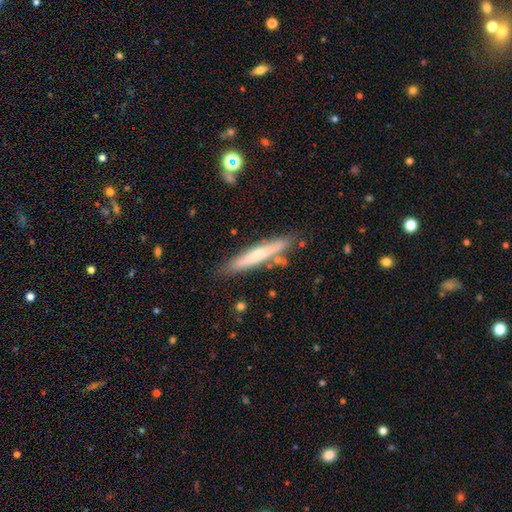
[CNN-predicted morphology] Smooth or featured? Predicted: smooth (p=0.52). How rounded? Predicted: cigar-shaped (p=0.93). Merging? Predicted: none (p=0.81).